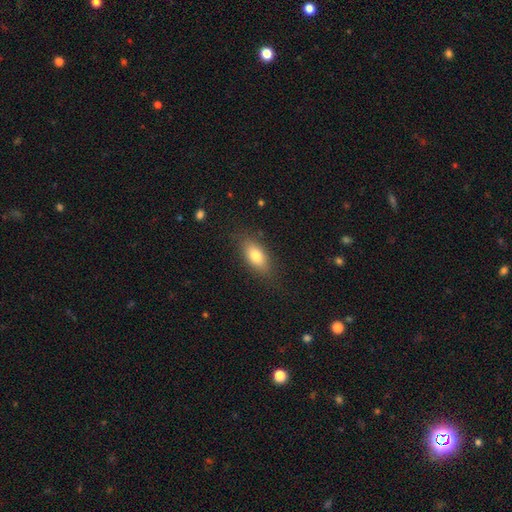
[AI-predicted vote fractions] Smooth or featured: smooth — 78% (featured or disk — 14%)
How rounded: in between — 85% (cigar-shaped — 9%)
Merging: none — 82% (minor disturbance — 13%)